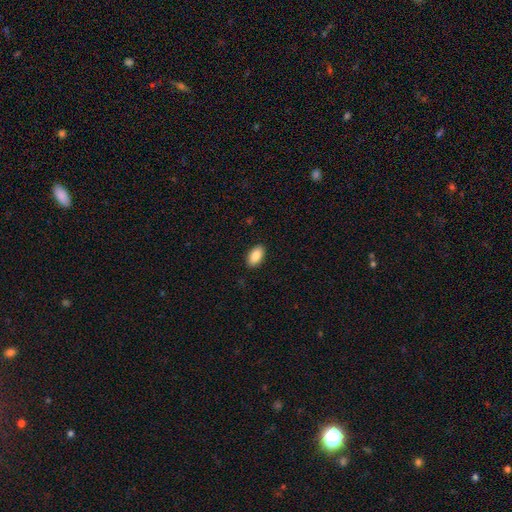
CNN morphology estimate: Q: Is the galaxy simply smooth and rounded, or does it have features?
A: smooth — 89%.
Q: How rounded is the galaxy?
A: in between — 94%.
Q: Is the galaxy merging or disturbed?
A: none — 90%.